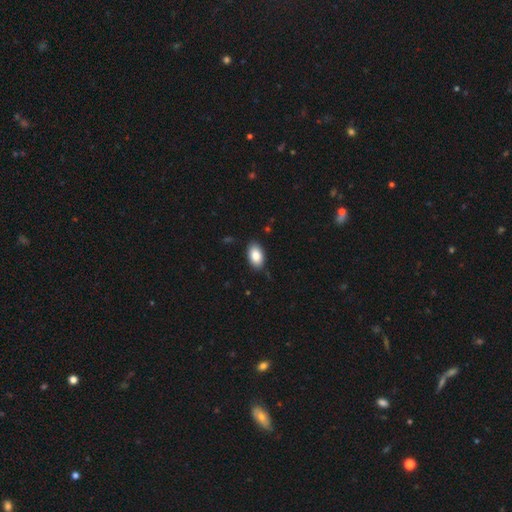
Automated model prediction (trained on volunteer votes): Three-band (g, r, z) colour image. It shows a smooth galaxy with no disk features (87%) that is in between round and cigar-shaped (94%). Merging: none (83%).